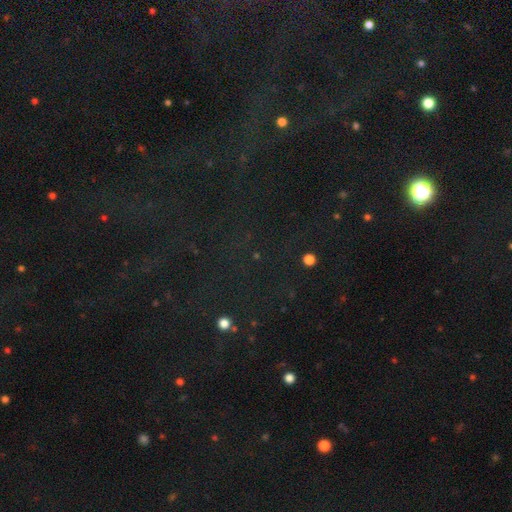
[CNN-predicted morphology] Smooth or featured?
  - star or artifact: 79% *
  - smooth: 12%
  - featured or disk: 9%